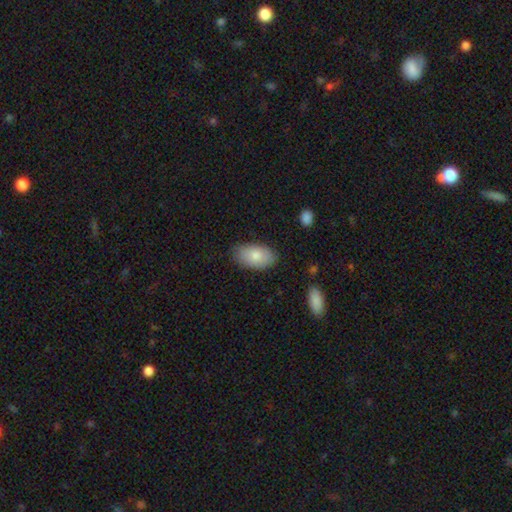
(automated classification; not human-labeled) Smooth or featured? smooth (79%)
How rounded? in between (93%)
Merging? none (80%)